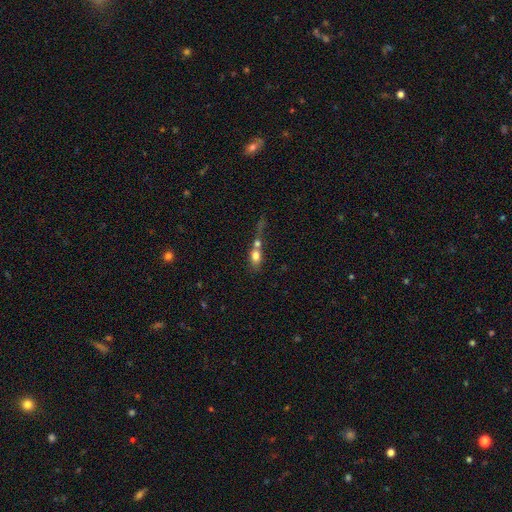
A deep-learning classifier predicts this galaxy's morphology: Smooth or featured: smooth — 71% (featured or disk — 19%)
How rounded: in between — 63% (round — 26%)
Merging: merger — 62% (none — 20%)